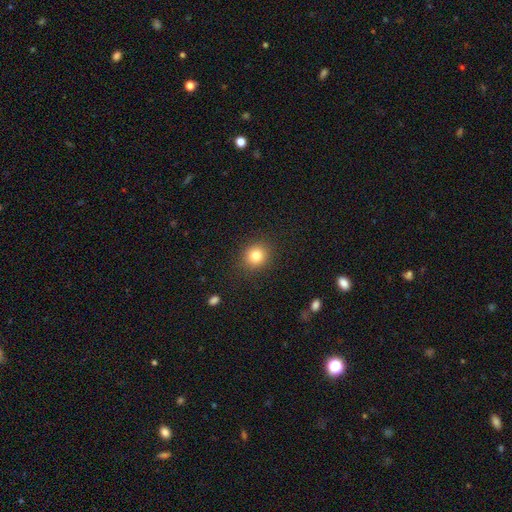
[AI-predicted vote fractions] This is clearly a smooth galaxy (81%). How rounded: clearly round (85%). Merging: clearly none (89%).